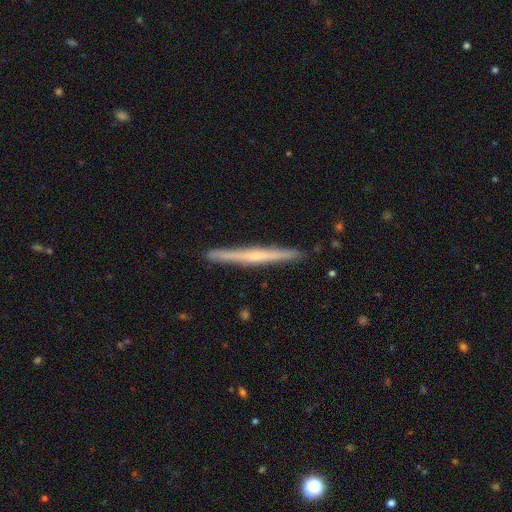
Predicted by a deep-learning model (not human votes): A featured or disk galaxy (65%) viewed edge-on (98%) with a rounded central bulge (48%).

Vote fractions:
- Smooth or featured? featured or disk: 65% / smooth: 30% / star or artifact: 5%
- Edge-on disk? yes: 98% / no: 2%
- Edge-on bulge? rounded: 48% / none: 46% / boxy: 6%
- Merging? none: 91% / minor disturbance: 6% / merger: 1% / major disturbance: 1%